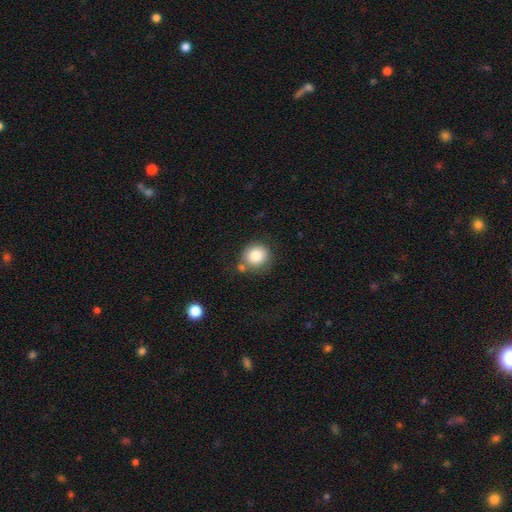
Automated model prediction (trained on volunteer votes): Morphology: type=smooth (83%); roundness=round (82%); merging=none (67%).